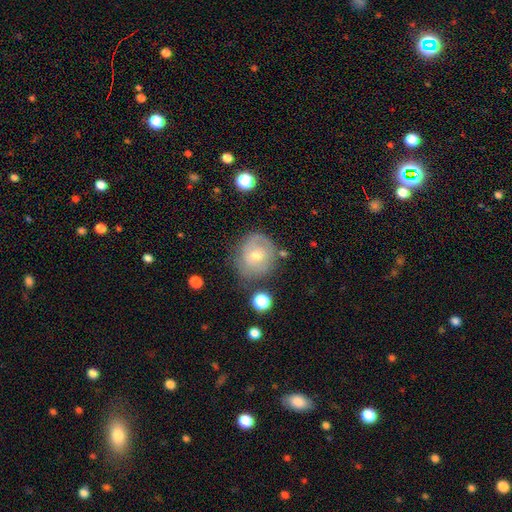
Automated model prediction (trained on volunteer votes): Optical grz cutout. It shows a featured or disk galaxy (56%) with no bar (68%), spiral arms (72%) and a moderate central bulge (51%). Merging: none (62%).